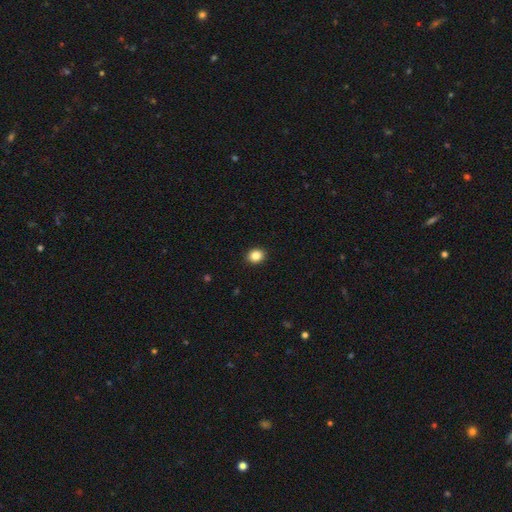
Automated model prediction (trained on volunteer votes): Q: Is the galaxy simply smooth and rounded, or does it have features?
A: smooth — 85%.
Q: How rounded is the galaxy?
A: round — 65%.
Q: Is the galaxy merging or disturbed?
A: none — 92%.